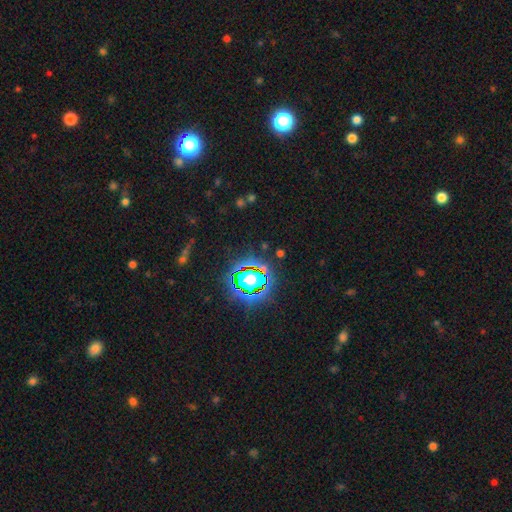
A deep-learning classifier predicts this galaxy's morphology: star or artifact 81%, smooth 11%, featured or disk 8%.